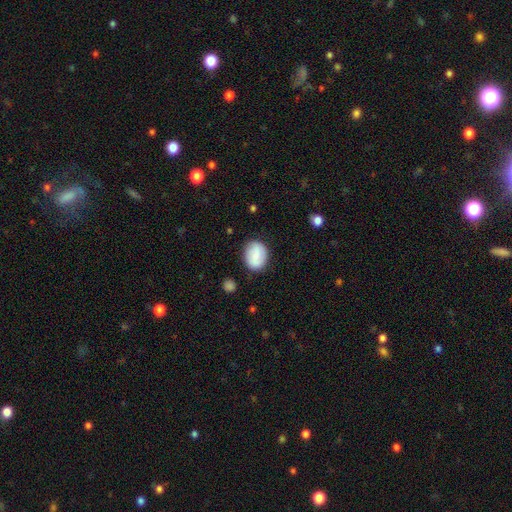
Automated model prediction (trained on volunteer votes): Smooth or featured: smooth — 74% (featured or disk — 19%)
How rounded: in between — 56% (round — 43%)
Merging: none — 81% (minor disturbance — 14%)